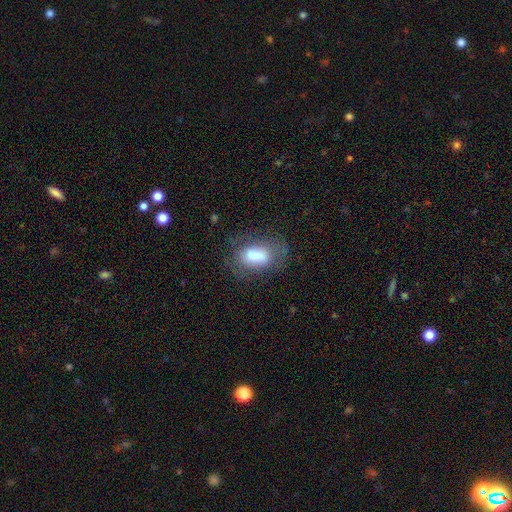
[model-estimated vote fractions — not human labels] The model was most divided on "merging": none: 62%, minor disturbance: 22%, major disturbance: 13%, merger: 2%. More confident: how rounded — in between (89%); smooth or featured — smooth (76%).